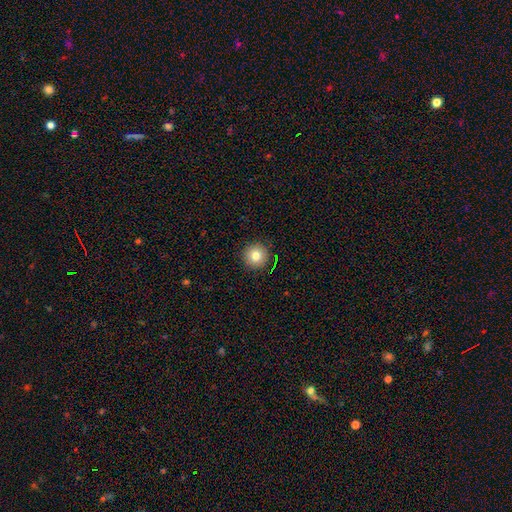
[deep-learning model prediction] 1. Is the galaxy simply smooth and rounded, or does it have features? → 79% smooth, 11% star or artifact, 10% featured or disk.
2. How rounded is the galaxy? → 96% round, 3% in between, 1% cigar-shaped.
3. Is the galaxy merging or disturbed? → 92% none, 5% minor disturbance, 2% major disturbance, 1% merger.